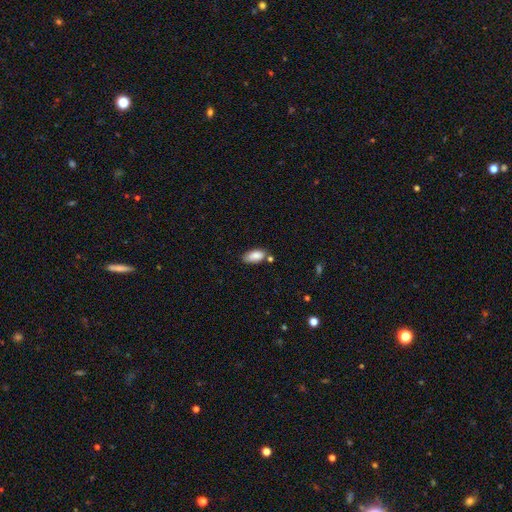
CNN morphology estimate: A smooth galaxy with no disk features (85%) that is in between round and cigar-shaped (91%). Merging: none (68%).